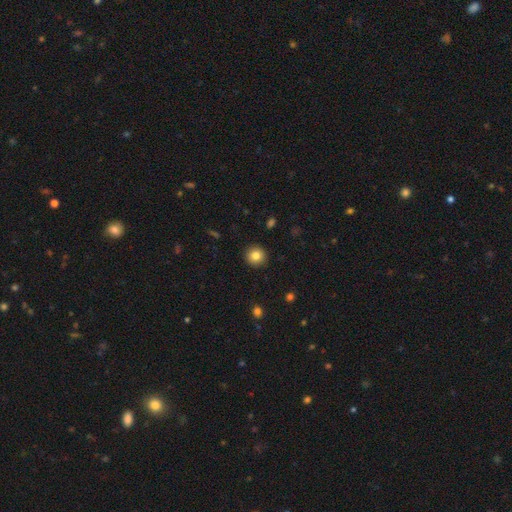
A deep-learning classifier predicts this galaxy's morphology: Smooth or featured: smooth — 83% (star or artifact — 10%)
How rounded: round — 94% (in between — 5%)
Merging: none — 92% (minor disturbance — 5%)